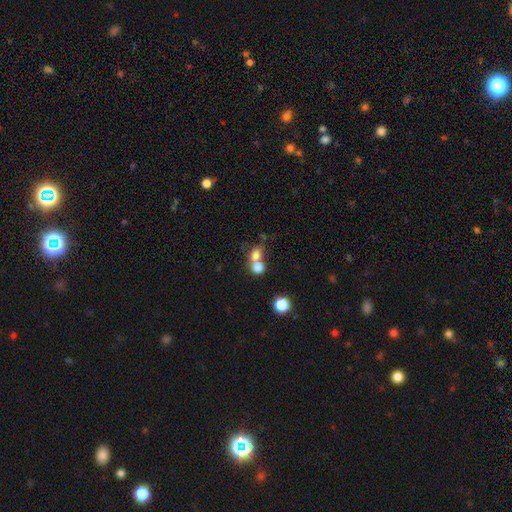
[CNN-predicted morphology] Q: Smooth or featured?
A: smooth (76%); runner-up: star or artifact (12%)
Q: How rounded?
A: round (62%); runner-up: in between (36%)
Q: Merging?
A: merger (56%); runner-up: none (33%)